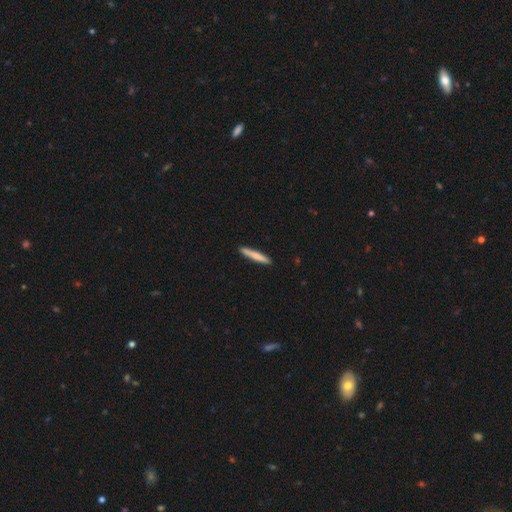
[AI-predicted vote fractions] Smooth or featured? Predicted: smooth (p=0.75). How rounded? Predicted: cigar-shaped (p=0.95). Merging? Predicted: none (p=0.91).